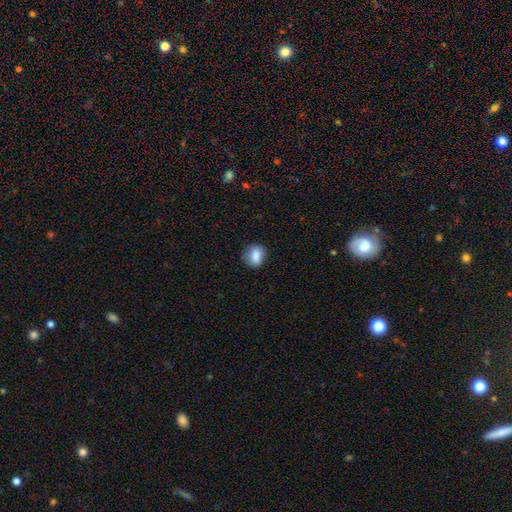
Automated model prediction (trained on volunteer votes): smooth 82%, featured or disk 10%, star or artifact 8%. Down the decision tree: how rounded — in between (52%); merging — none (78%).